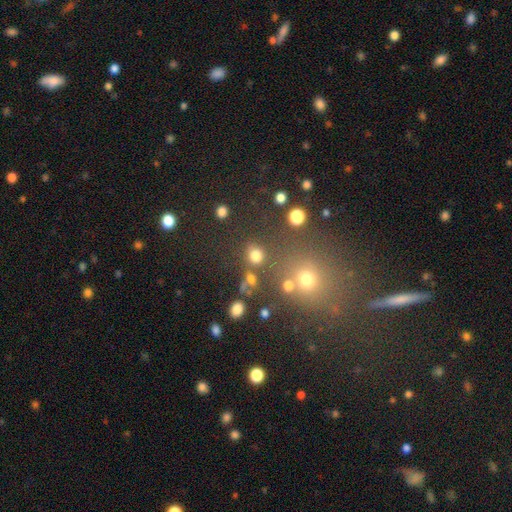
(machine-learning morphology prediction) Smooth or featured? Predicted: smooth (p=0.77). How rounded? Predicted: round (p=0.79). Merging? Predicted: none (p=0.72).